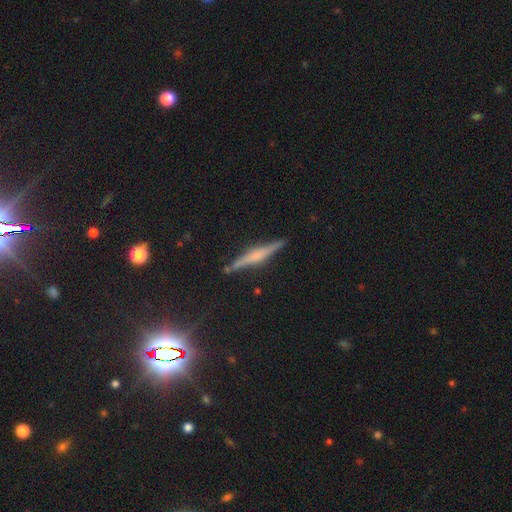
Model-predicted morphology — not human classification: This is likely a featured or disk galaxy (65%). It is clearly viewed edge-on (97%). Edge-on bulge: possibly rounded (57%). Merging: clearly none (88%).